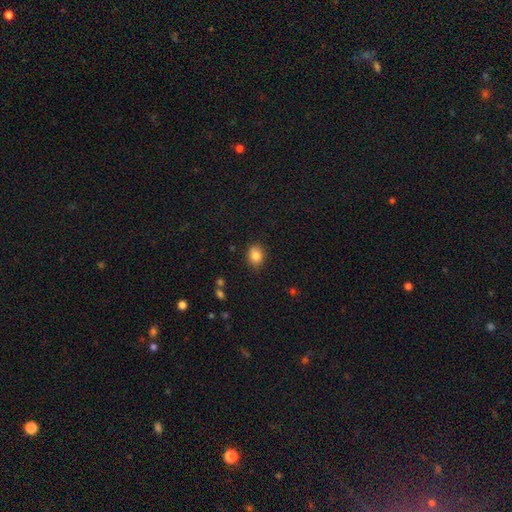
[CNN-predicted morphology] Smooth or featured? smooth (84%)
How rounded? round (52%)
Merging? none (87%)